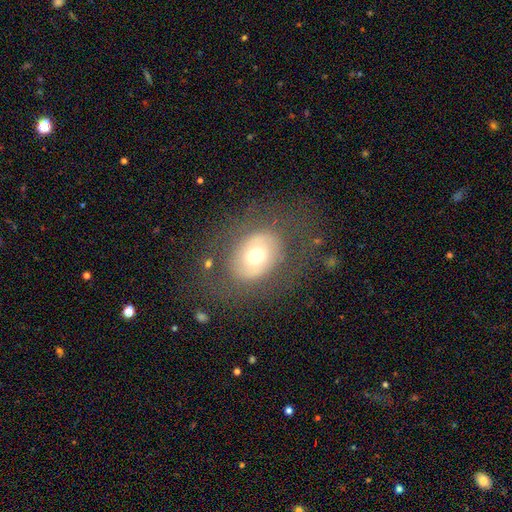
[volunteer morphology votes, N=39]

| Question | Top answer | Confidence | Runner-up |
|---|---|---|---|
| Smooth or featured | smooth | 54% | featured or disk (41%) |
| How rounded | in between | 76% | round (24%) |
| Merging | none | 86% | major disturbance (8%) |